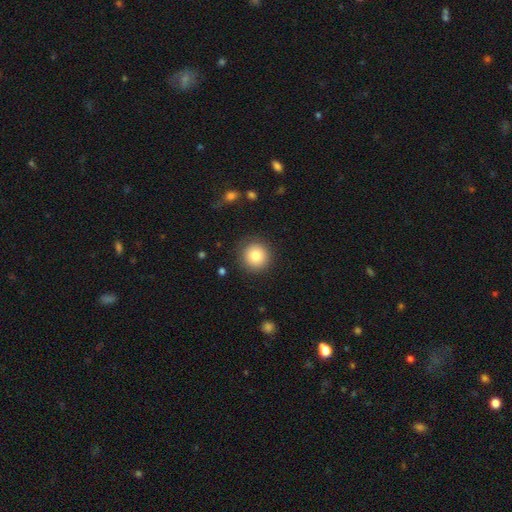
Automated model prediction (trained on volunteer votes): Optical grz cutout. It shows a smooth galaxy with no disk features (83%) that is round (94%). Merging: none (87%).